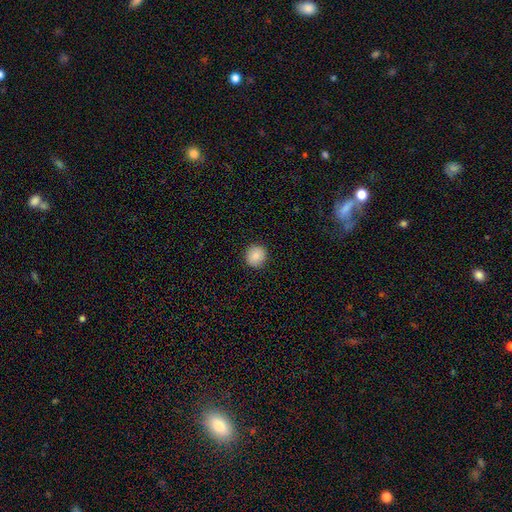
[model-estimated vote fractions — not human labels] Morphology: type=smooth (85%); roundness=round (92%); merging=none (92%).